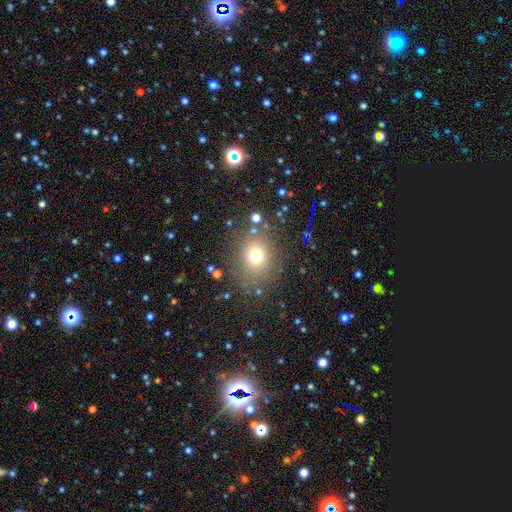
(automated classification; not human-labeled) smooth_or_featured: smooth (p=0.69) [alt: star or artifact p=0.20]
how_rounded: round (p=0.72) [alt: in between p=0.27]
merging: none (p=0.80) [alt: minor disturbance p=0.10]